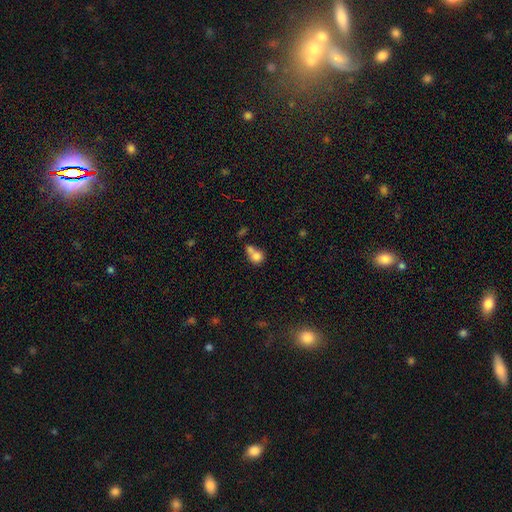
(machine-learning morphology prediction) Smooth or featured? Predicted: smooth (p=0.77). How rounded? Predicted: round (p=0.70). Merging? Predicted: merger (p=0.58).